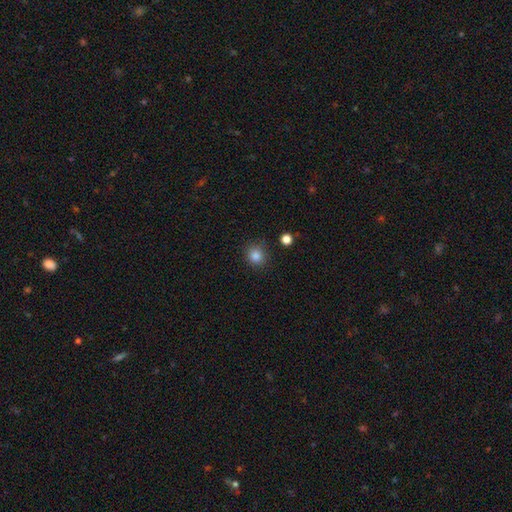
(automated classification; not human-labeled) A smooth galaxy with no disk features (84%) that is round (88%). Merging: none (86%).